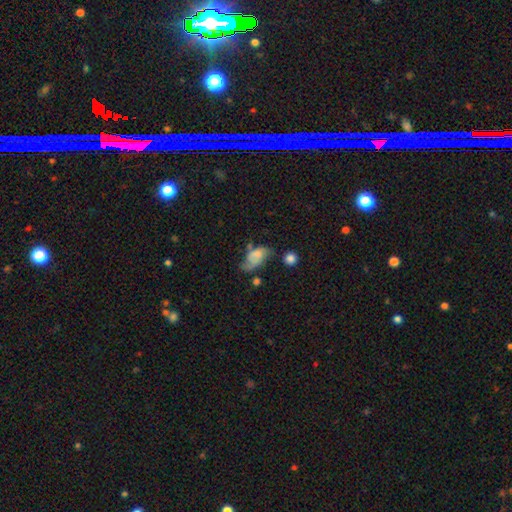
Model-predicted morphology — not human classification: smooth_or_featured: smooth (p=0.52) [alt: featured or disk p=0.38]
how_rounded: in between (p=0.88) [alt: round p=0.08]
merging: none (p=0.31) [alt: minor disturbance p=0.30]